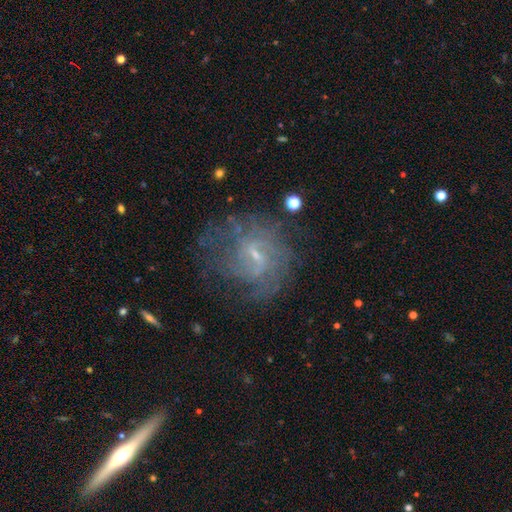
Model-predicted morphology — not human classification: Smooth or featured?
  - featured or disk: 71% *
  - smooth: 16%
  - star or artifact: 13%
Edge-on disk?
  - no: 97% *
  - yes: 3%
Bar?
  - weak: 57% *
  - no: 29%
  - strong: 14%
Spiral arms?
  - yes: 76% *
  - no: 24%
Spiral winding?
  - medium: 39% *
  - tight: 38%
  - loose: 24%
Spiral arm count?
  - can't tell: 52% *
  - 2: 22%
  - 3: 9%
  - 4: 6%
  - 1: 6%
  - more than 4: 4%
Bulge size?
  - small: 73% *
  - moderate: 15%
  - none: 10%
  - large: 1%
  - dominant: 1%
Merging?
  - none: 61% *
  - minor disturbance: 19%
  - major disturbance: 17%
  - merger: 2%